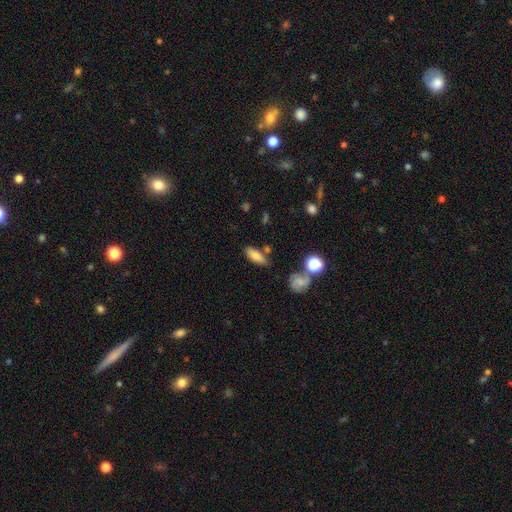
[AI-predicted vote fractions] The model was most divided on "how rounded": in between: 64%, cigar-shaped: 32%, round: 4%. More confident: smooth or featured — smooth (75%); merging — none (73%).